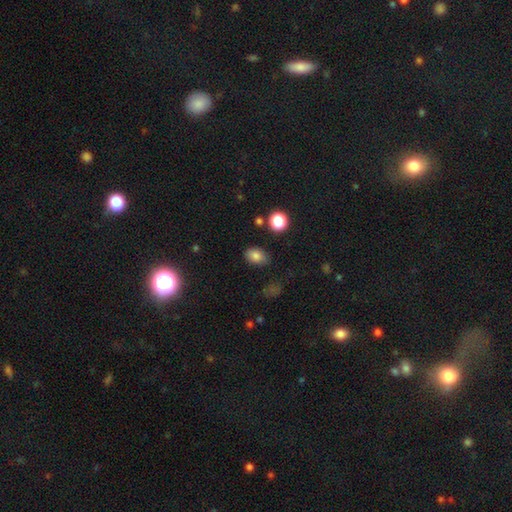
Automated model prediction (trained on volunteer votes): This is clearly a smooth galaxy (81%). How rounded: clearly in between (80%). Merging: likely none (80%).